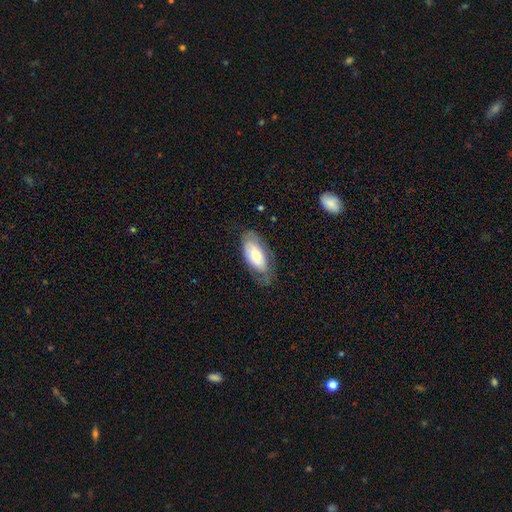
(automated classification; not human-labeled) Smooth or featured: smooth — 65% (featured or disk — 28%)
How rounded: in between — 91% (cigar-shaped — 7%)
Merging: none — 58% (minor disturbance — 27%)